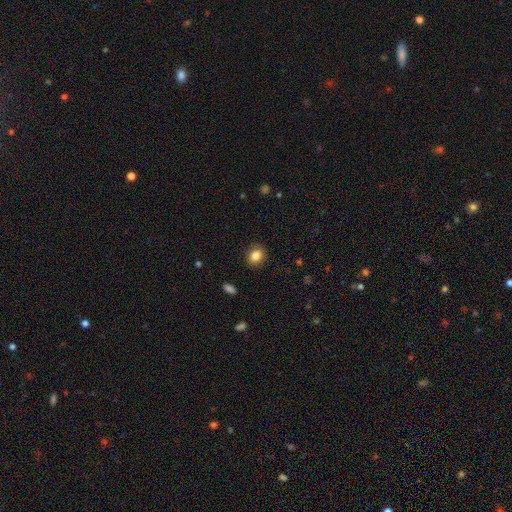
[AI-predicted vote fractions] Morphology: type=smooth (85%); roundness=round (65%); merging=none (89%).